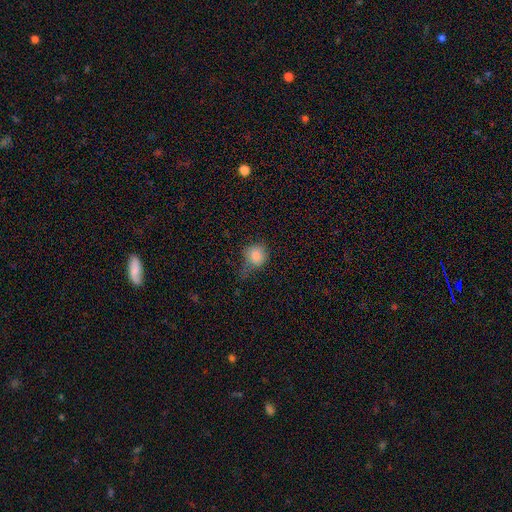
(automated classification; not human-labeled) Smooth or featured?
  - smooth: 83% *
  - star or artifact: 11%
  - featured or disk: 6%
How rounded?
  - round: 84% *
  - in between: 14%
  - cigar-shaped: 1%
Merging?
  - none: 46% *
  - minor disturbance: 32%
  - major disturbance: 18%
  - merger: 4%